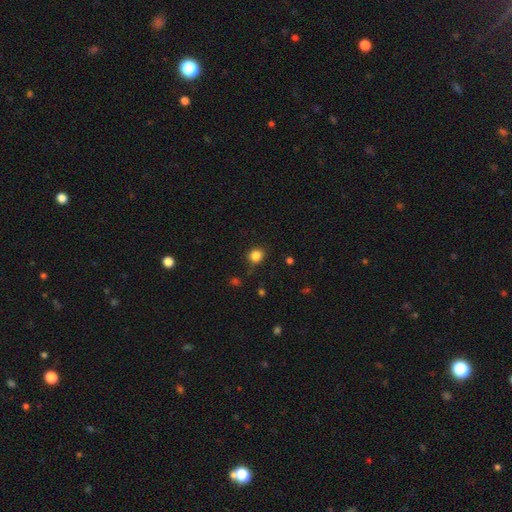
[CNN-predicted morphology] Q: Smooth or featured?
A: smooth (84%); runner-up: star or artifact (12%)
Q: How rounded?
A: round (79%); runner-up: in between (20%)
Q: Merging?
A: none (80%); runner-up: minor disturbance (14%)